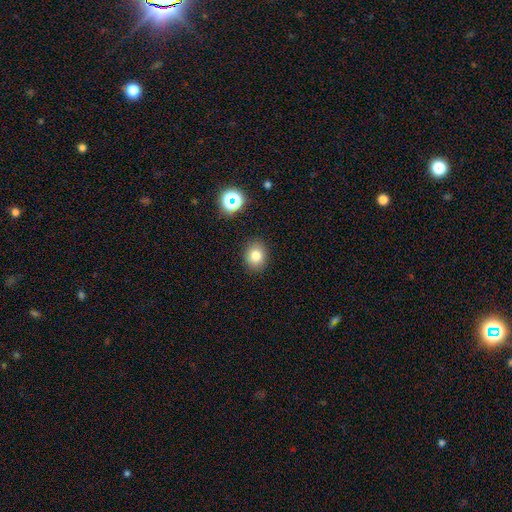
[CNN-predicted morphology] Smooth or featured: smooth — 79% (star or artifact — 13%)
How rounded: round — 64% (in between — 35%)
Merging: none — 88% (minor disturbance — 8%)